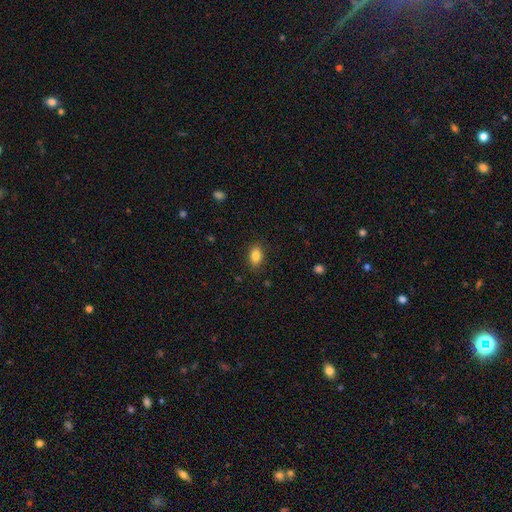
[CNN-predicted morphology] Smooth or featured: smooth — 84% (star or artifact — 9%)
How rounded: in between — 83% (round — 15%)
Merging: none — 87% (minor disturbance — 9%)